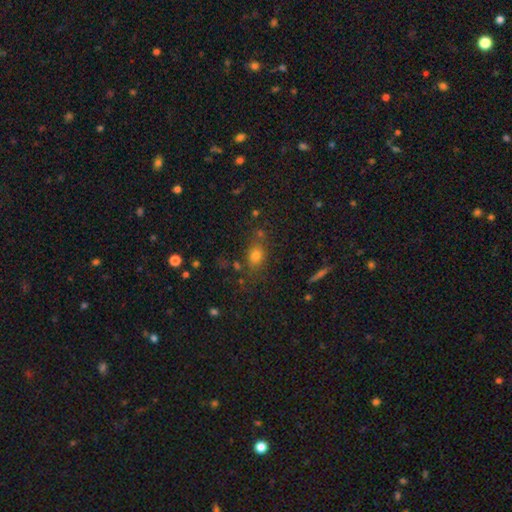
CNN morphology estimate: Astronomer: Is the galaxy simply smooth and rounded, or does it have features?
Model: smooth — 72%.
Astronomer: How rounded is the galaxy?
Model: in between — 59% (runner-up: round, 38%).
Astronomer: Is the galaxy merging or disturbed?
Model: none — 73%.